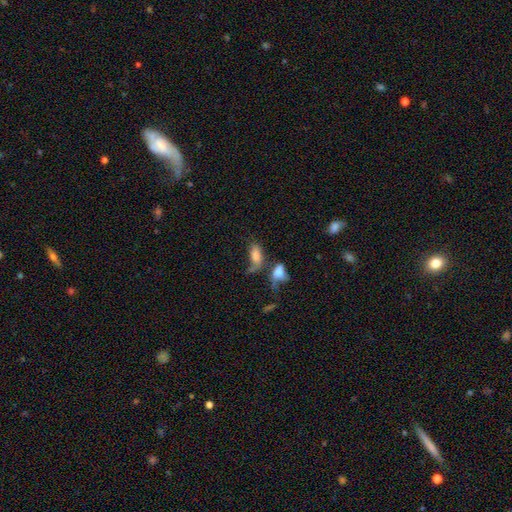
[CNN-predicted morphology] A smooth galaxy with no disk features (73%) that is in between round and cigar-shaped (88%).

Vote fractions:
- Smooth or featured? smooth: 73% / featured or disk: 15% / star or artifact: 11%
- How rounded? in between: 88% / round: 6% / cigar-shaped: 6%
- Merging? merger: 38% / none: 29% / major disturbance: 18% / minor disturbance: 15%